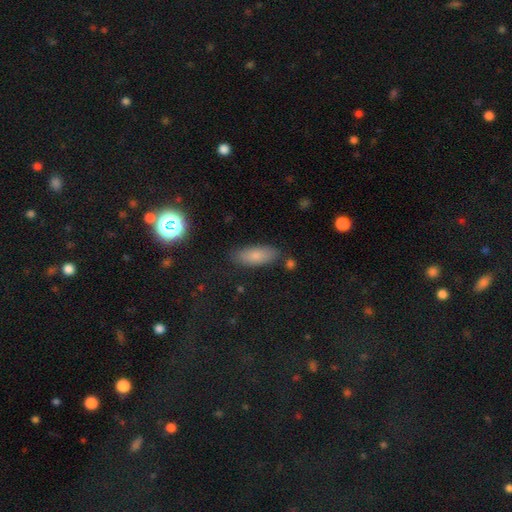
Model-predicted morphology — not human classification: This appears to be a smooth galaxy with no disk features (79%) that is in between round and cigar-shaped (74%). Merging: none (81%).